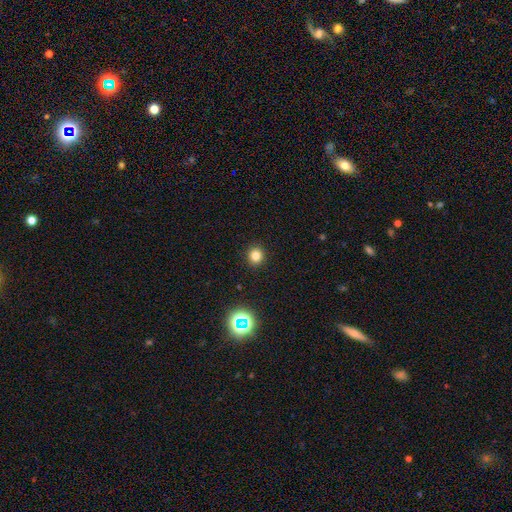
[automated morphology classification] smooth_or_featured: smooth (p=0.78) [alt: star or artifact p=0.16]
how_rounded: round (p=0.90) [alt: in between p=0.09]
merging: none (p=0.92) [alt: minor disturbance p=0.05]